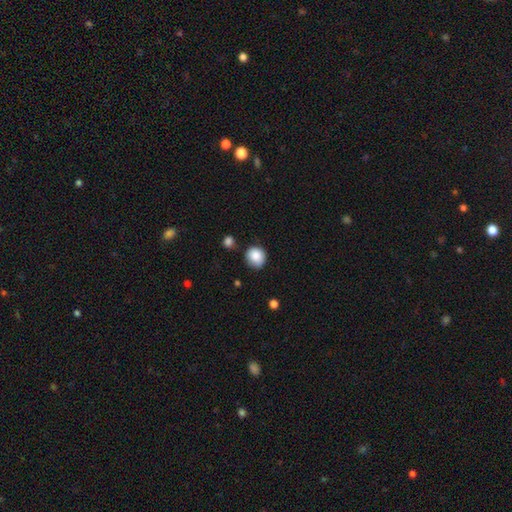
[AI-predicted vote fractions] smooth_or_featured: smooth (p=0.87) [alt: star or artifact p=0.08]
how_rounded: round (p=0.85) [alt: in between p=0.14]
merging: none (p=0.73) [alt: minor disturbance p=0.19]